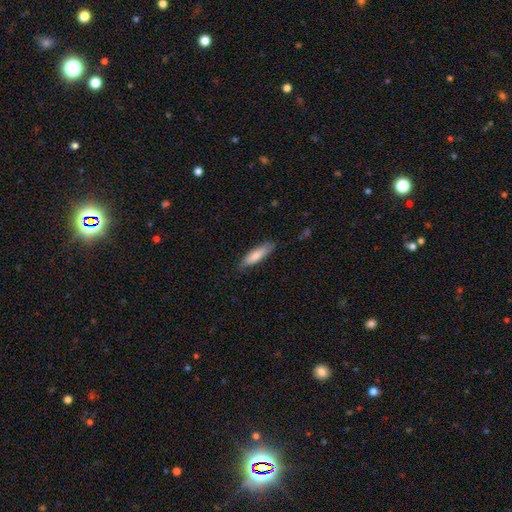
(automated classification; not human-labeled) Morphology: type=smooth (77%); roundness=cigar-shaped (66%); merging=none (83%).